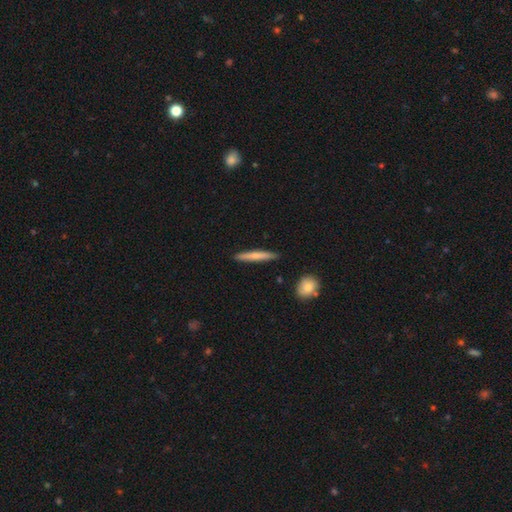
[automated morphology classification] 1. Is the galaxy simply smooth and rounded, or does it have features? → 65% smooth, 29% featured or disk, 5% star or artifact.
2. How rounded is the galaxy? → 95% cigar-shaped, 4% in between, 2% round.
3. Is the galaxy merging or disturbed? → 90% none, 7% minor disturbance, 2% merger, 1% major disturbance.